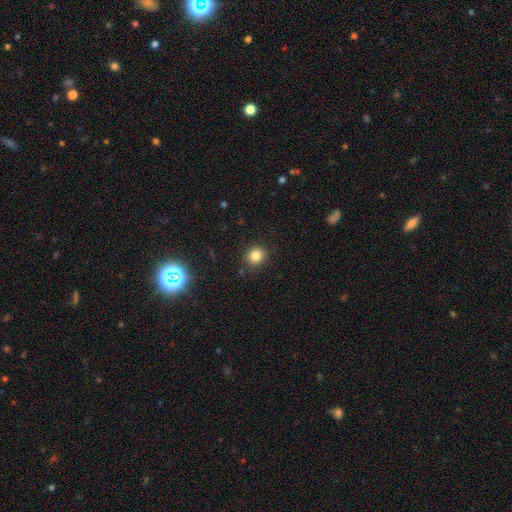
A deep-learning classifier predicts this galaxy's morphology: The model was most divided on "how rounded": round: 83%, in between: 16%, cigar-shaped: 1%. More confident: merging — none (88%); smooth or featured — smooth (81%).